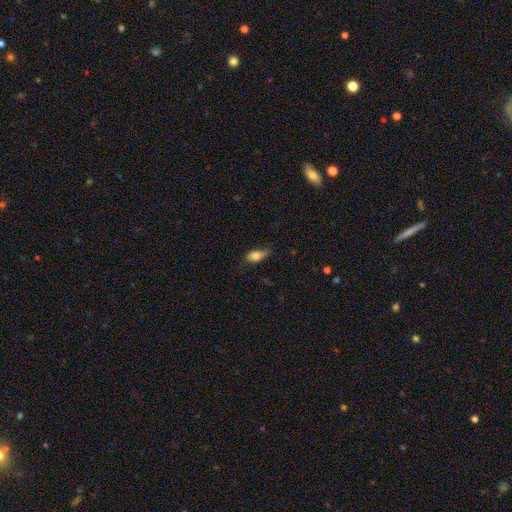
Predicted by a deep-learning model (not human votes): smooth_or_featured: smooth (p=0.74) [alt: featured or disk p=0.19]
how_rounded: in between (p=0.80) [alt: cigar-shaped p=0.15]
merging: none (p=0.54) [alt: minor disturbance p=0.33]